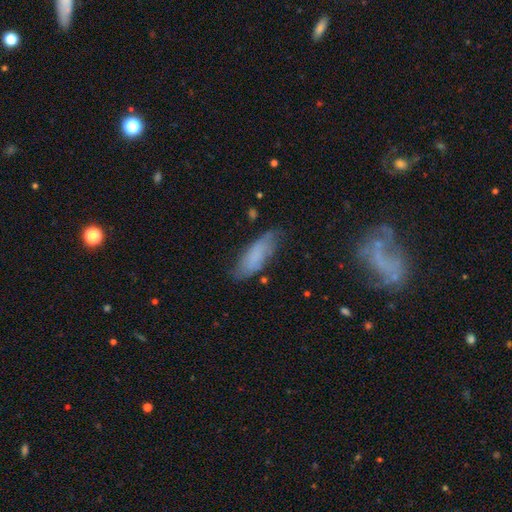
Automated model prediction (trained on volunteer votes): Smooth or featured? Predicted: smooth (p=0.73). How rounded? Predicted: in between (p=0.65). Merging? Predicted: none (p=0.65).